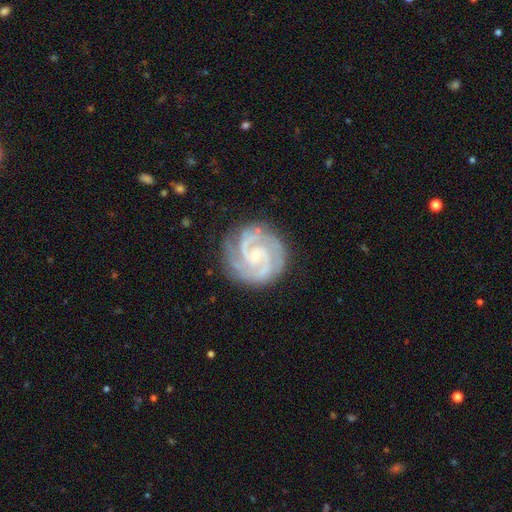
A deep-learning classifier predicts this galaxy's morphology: Smooth or featured?
  - featured or disk: 92% *
  - star or artifact: 5%
  - smooth: 3%
Edge-on disk?
  - no: 98% *
  - yes: 2%
Bar?
  - no: 63% *
  - weak: 28%
  - strong: 9%
Spiral arms?
  - yes: 99% *
  - no: 1%
Spiral winding?
  - tight: 70% *
  - medium: 27%
  - loose: 3%
Spiral arm count?
  - 2: 45% *
  - 3: 34%
  - 4: 7%
  - can't tell: 6%
  - 1: 4%
  - more than 4: 4%
Bulge size?
  - small: 79% *
  - moderate: 17%
  - none: 2%
  - large: 1%
  - dominant: 1%
Merging?
  - none: 82% *
  - minor disturbance: 13%
  - major disturbance: 4%
  - merger: 1%